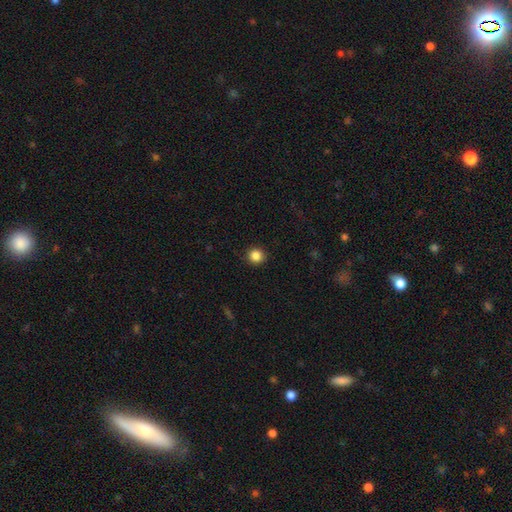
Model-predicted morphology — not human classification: Smooth or featured? Predicted: smooth (p=0.86). How rounded? Predicted: round (p=0.93). Merging? Predicted: none (p=0.91).